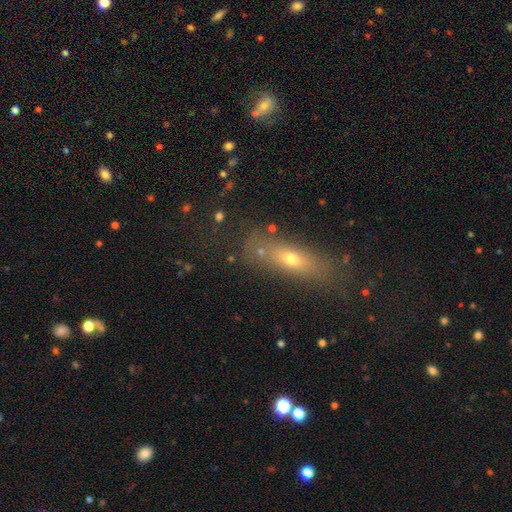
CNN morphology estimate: Smooth or featured? smooth (48%)
Merging? none (70%)